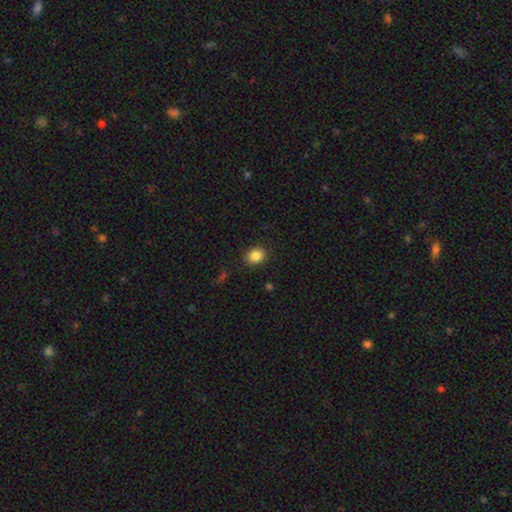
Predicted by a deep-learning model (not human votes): smooth 86%, star or artifact 10%, featured or disk 4%. Down the decision tree: how rounded — round (58%); merging — none (88%).